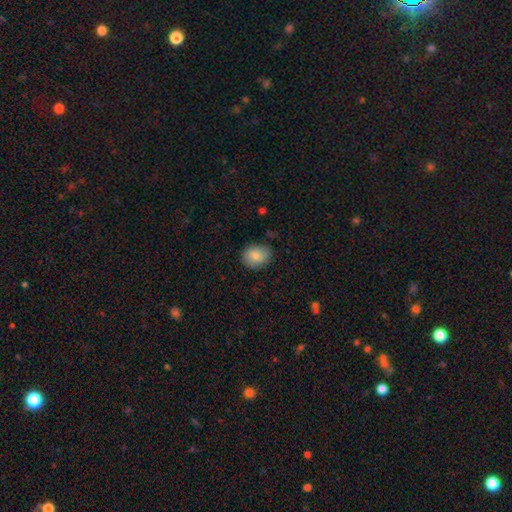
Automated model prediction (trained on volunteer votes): smooth 83%, featured or disk 9%, star or artifact 7%. Down the decision tree: how rounded — in between (56%); merging — none (81%).